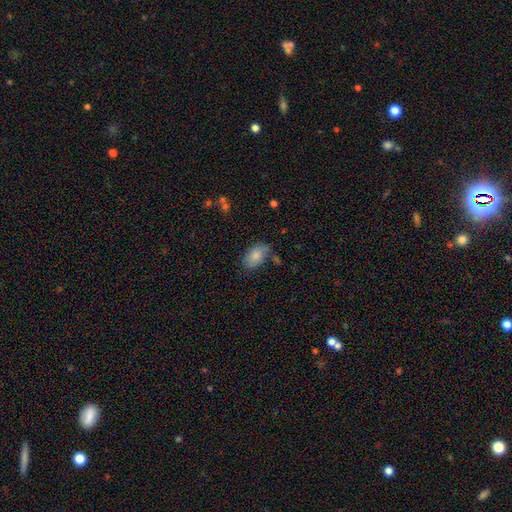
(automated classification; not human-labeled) Smooth or featured: smooth — 79% (featured or disk — 14%)
How rounded: in between — 91% (round — 7%)
Merging: none — 63% (minor disturbance — 25%)